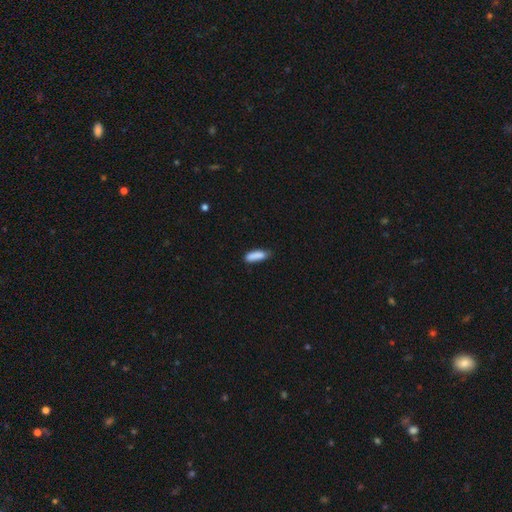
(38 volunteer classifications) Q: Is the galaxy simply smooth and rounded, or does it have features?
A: smooth — 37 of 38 (97%).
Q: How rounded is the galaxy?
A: in between — 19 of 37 (51%).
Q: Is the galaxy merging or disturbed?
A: minor disturbance — 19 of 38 (50%).